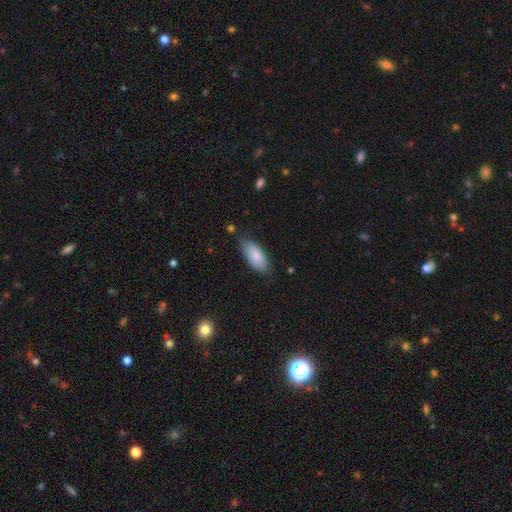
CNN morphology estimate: Smooth or featured? Predicted: smooth (p=0.83). How rounded? Predicted: in between (p=0.88). Merging? Predicted: none (p=0.72).